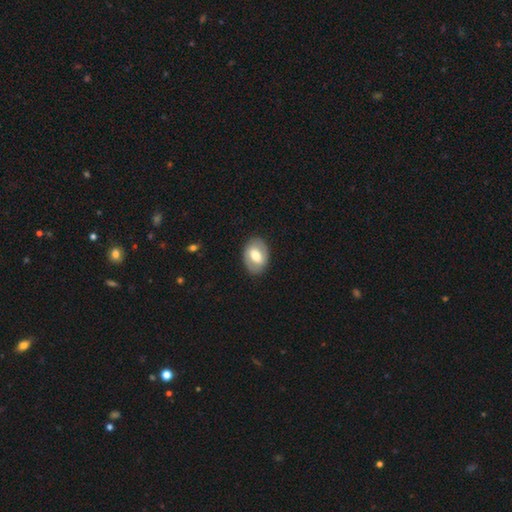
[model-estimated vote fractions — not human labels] Smooth or featured: smooth — 52% (featured or disk — 42%)
How rounded: in between — 81% (round — 18%)
Merging: none — 86% (minor disturbance — 10%)